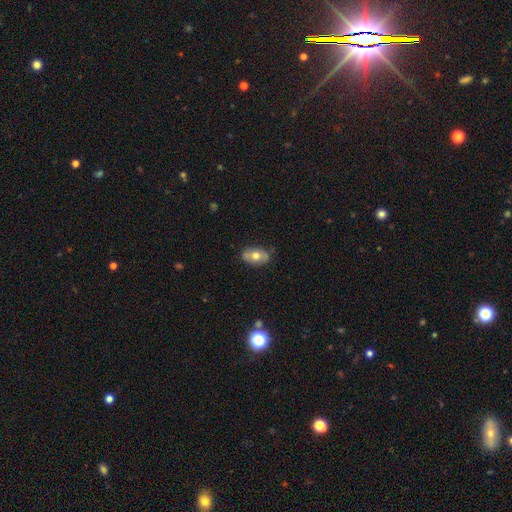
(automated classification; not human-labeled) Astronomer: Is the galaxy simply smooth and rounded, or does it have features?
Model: smooth — 61%.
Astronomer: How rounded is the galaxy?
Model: in between — 89%.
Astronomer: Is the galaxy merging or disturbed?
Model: none — 82%.